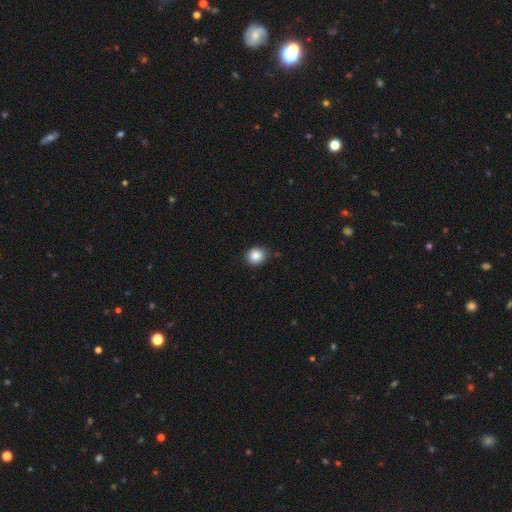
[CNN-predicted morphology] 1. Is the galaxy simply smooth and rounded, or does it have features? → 86% smooth, 10% star or artifact, 4% featured or disk.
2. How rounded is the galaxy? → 85% round, 14% in between, 1% cigar-shaped.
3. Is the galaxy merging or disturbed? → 86% none, 11% minor disturbance, 2% major disturbance, 1% merger.